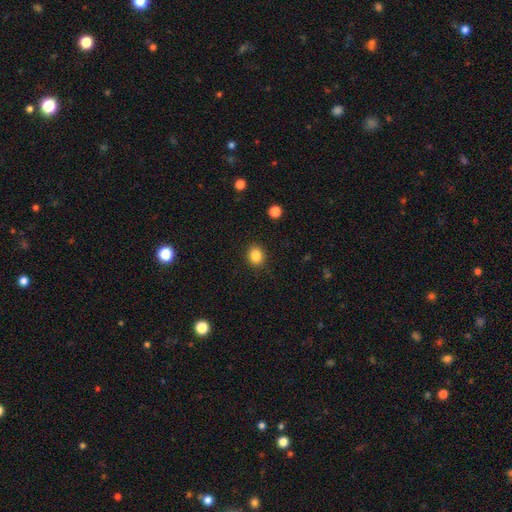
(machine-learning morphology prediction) Smooth or featured? smooth (85%)
How rounded? round (67%)
Merging? none (90%)